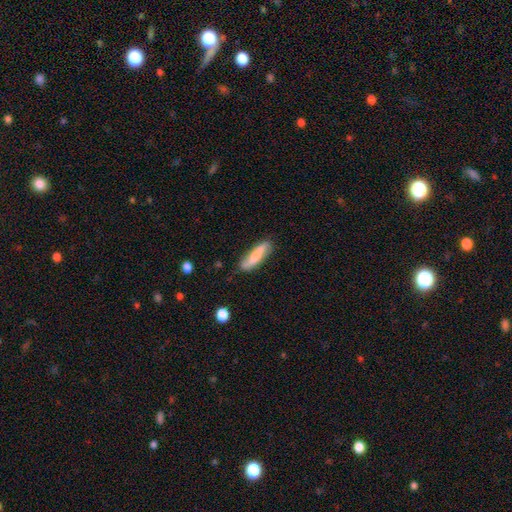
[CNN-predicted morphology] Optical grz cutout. It shows a smooth galaxy with no disk features (68%) that is cigar-shaped (72%). Merging: none (77%).